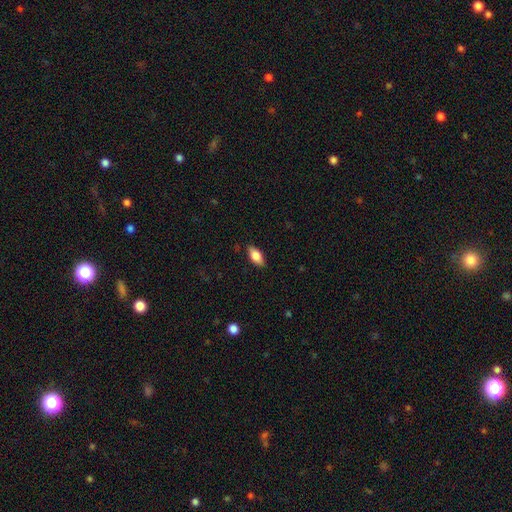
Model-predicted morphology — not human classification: This is likely a smooth galaxy (75%). How rounded: clearly in between (85%). Merging: clearly none (86%).